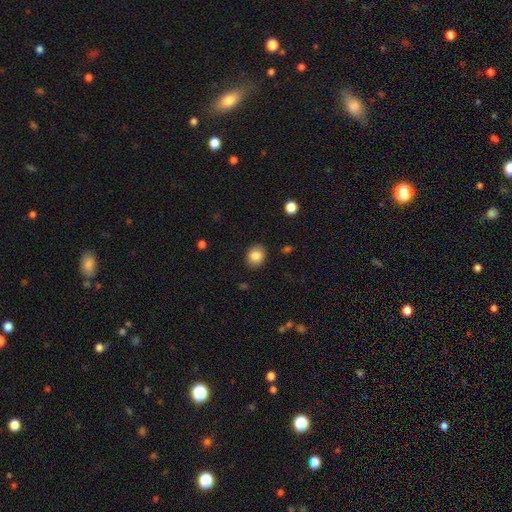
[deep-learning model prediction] Morphology: type=smooth (85%); roundness=round (60%); merging=none (89%).